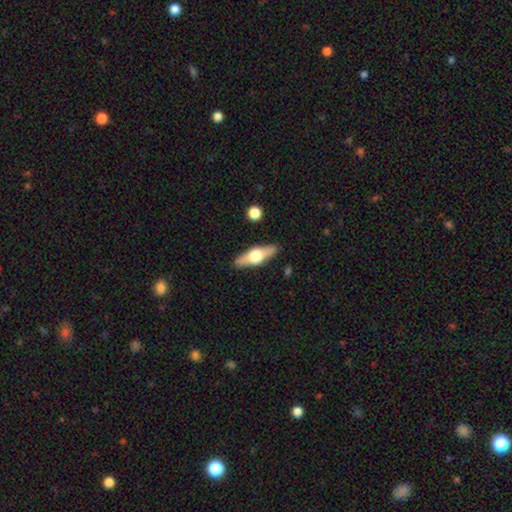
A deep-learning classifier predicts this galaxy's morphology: Smooth or featured: featured or disk — 56% (smooth — 39%)
Edge-on disk: yes — 92% (no — 8%)
Edge-on bulge: rounded — 94% (boxy — 4%)
Merging: none — 88% (minor disturbance — 8%)